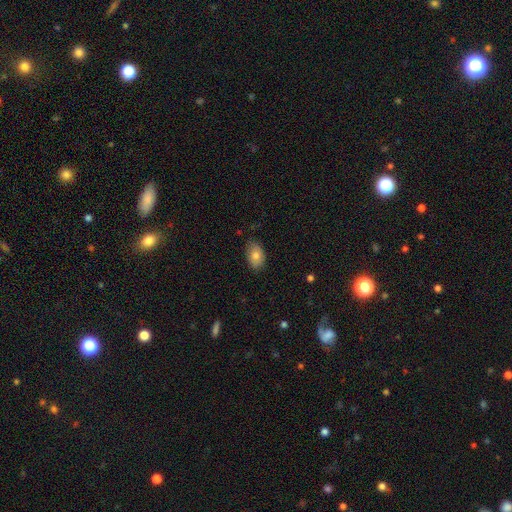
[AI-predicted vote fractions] Smooth or featured?
  - smooth: 78% *
  - featured or disk: 14%
  - star or artifact: 8%
How rounded?
  - in between: 88% *
  - round: 10%
  - cigar-shaped: 1%
Merging?
  - none: 79% *
  - minor disturbance: 17%
  - major disturbance: 3%
  - merger: 1%